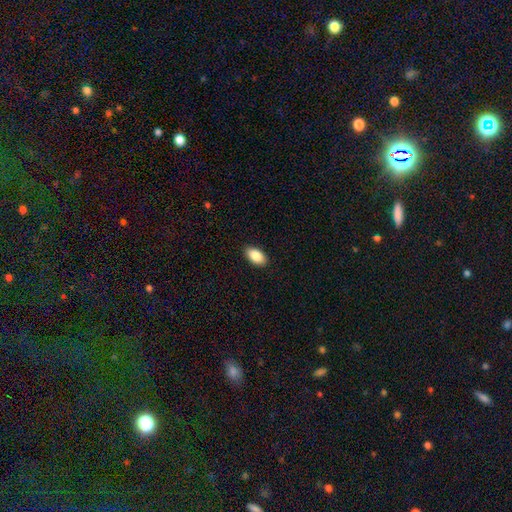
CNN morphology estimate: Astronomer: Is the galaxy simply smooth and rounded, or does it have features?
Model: smooth — 88%.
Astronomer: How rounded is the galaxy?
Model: in between — 94%.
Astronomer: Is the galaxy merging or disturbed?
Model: none — 89%.